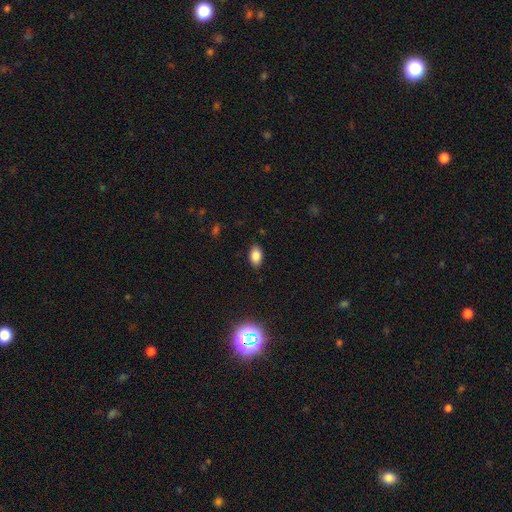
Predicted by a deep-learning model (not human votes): A smooth galaxy with no disk features (85%) that is in between round and cigar-shaped (90%). Merging: none (86%).